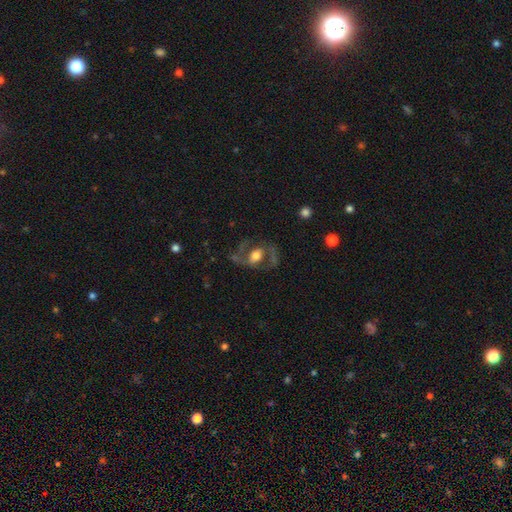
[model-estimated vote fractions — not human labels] Morphology: type=featured or disk (69%); edge-on=no (94%); bar=no (42%); spiral arms=yes (76%); bulge=moderate (49%); merging=none (60%).